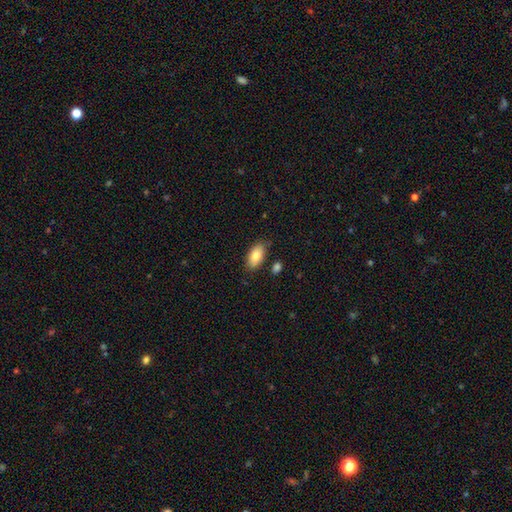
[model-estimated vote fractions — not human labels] Smooth or featured? smooth (83%)
How rounded? in between (93%)
Merging? none (81%)